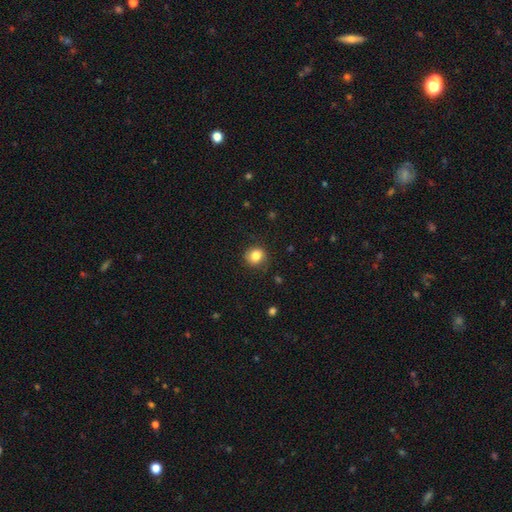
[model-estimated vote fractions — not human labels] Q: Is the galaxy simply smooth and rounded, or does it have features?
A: smooth — 83%.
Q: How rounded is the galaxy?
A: round — 84%.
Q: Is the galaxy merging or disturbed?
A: none — 84%.